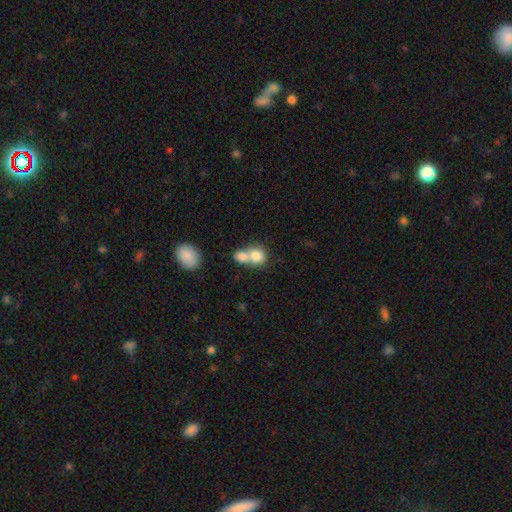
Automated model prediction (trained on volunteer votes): Smooth or featured: smooth — 79% (featured or disk — 12%)
How rounded: round — 67% (in between — 32%)
Merging: merger — 66% (none — 25%)